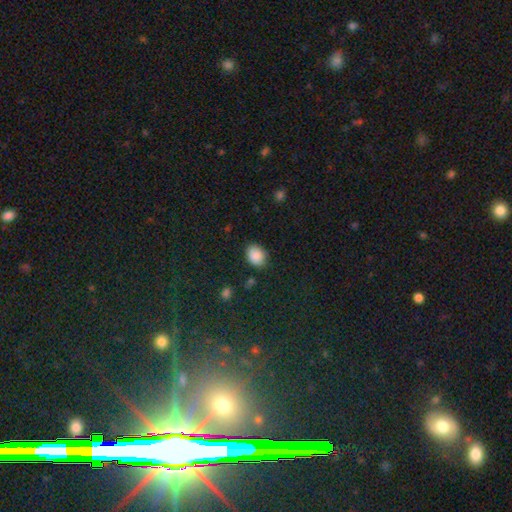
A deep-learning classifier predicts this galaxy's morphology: smooth-or-featured: smooth: 87% | star or artifact: 8% | featured or disk: 4%
  how-rounded: in between: 63% | round: 36% | cigar-shaped: 1%
  merging: none: 81% | minor disturbance: 14% | major disturbance: 3% | merger: 2%